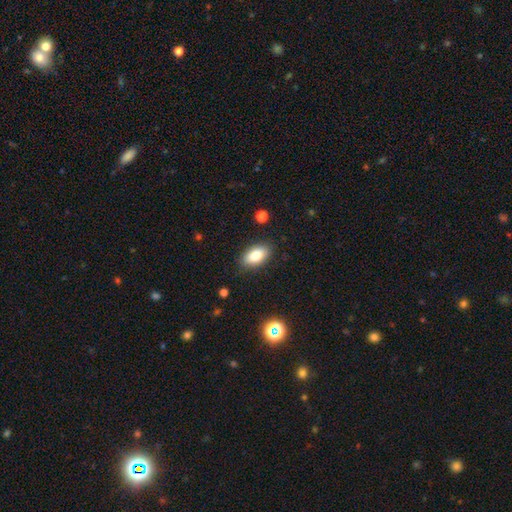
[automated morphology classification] Smooth or featured: smooth — 81% (featured or disk — 10%)
How rounded: in between — 91% (round — 6%)
Merging: none — 86% (minor disturbance — 10%)